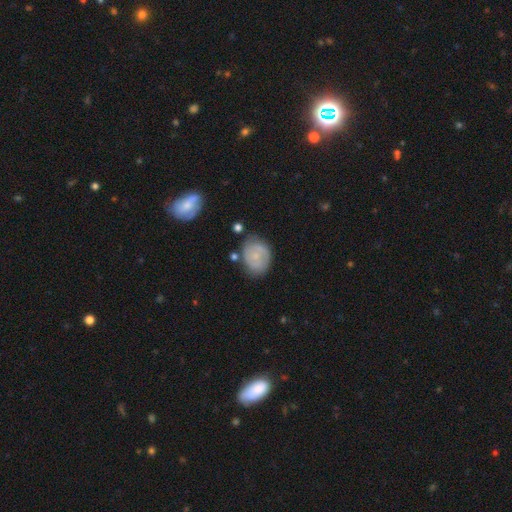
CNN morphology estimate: type=featured or disk (48%); merging=none (68%).